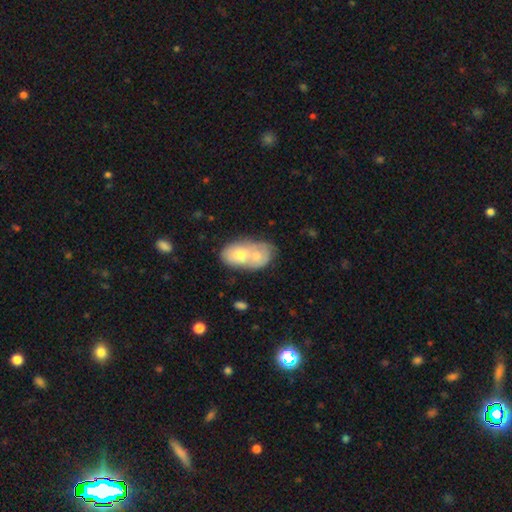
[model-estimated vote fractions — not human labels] Smooth or featured: smooth — 64% (featured or disk — 30%)
How rounded: in between — 80% (round — 18%)
Merging: merger — 77% (none — 14%)